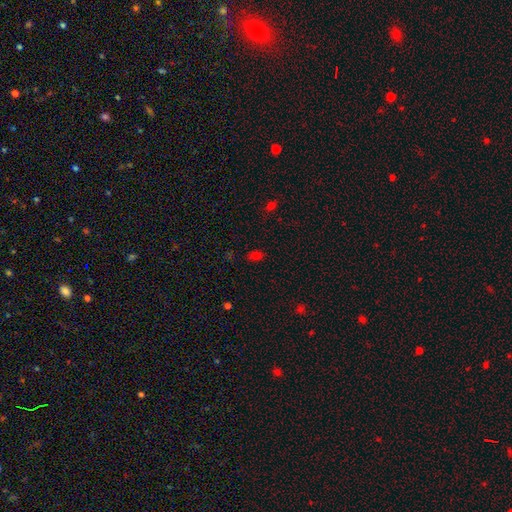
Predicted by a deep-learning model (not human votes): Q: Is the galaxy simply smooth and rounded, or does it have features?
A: smooth — 70%.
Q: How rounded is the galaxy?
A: in between — 79%.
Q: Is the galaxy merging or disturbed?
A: none — 81%.